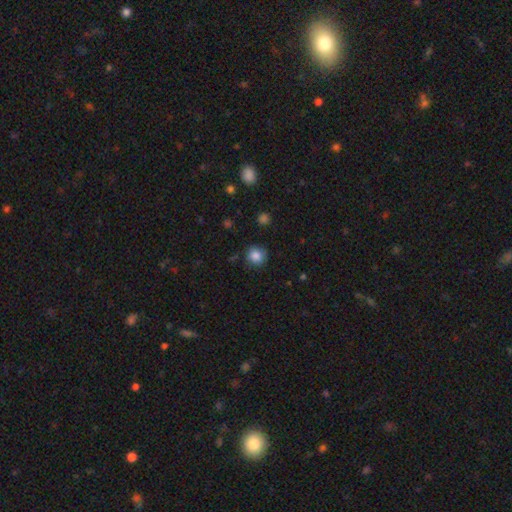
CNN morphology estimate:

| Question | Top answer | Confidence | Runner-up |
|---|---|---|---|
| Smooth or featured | smooth | 85% | star or artifact (10%) |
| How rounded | round | 92% | in between (7%) |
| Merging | none | 85% | minor disturbance (11%) |